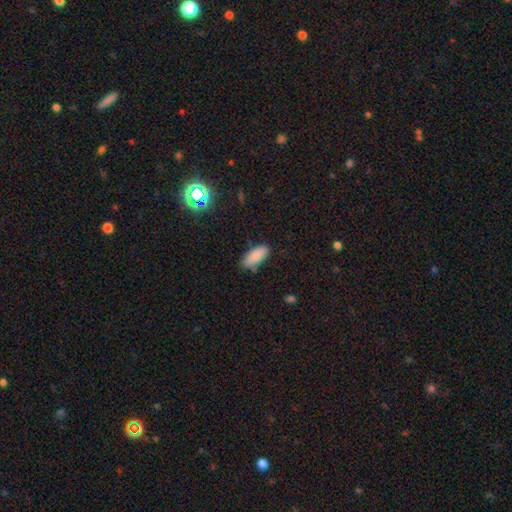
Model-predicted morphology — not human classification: Smooth or featured? smooth (86%)
How rounded? in between (84%)
Merging? none (78%)